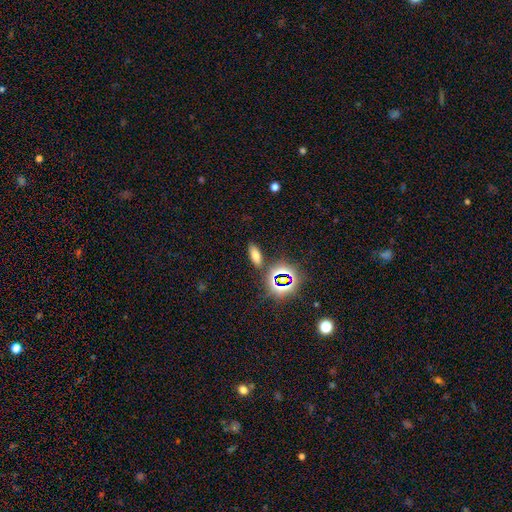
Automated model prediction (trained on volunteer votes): Morphology: type=smooth (61%); roundness=in between (74%); merging=none (85%).